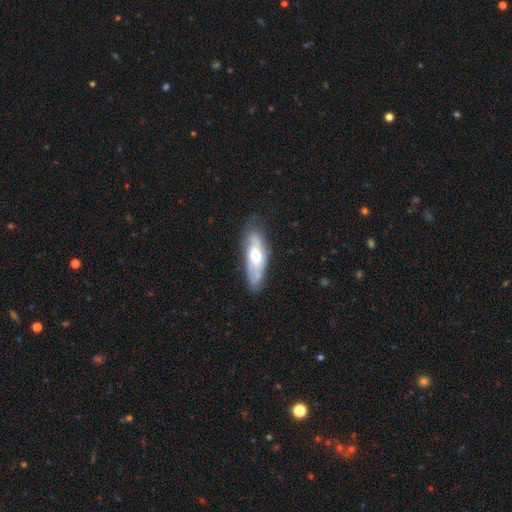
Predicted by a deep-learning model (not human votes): Smooth or featured? featured or disk (54%)
Edge-on disk? no (66%)
Merging? none (64%)